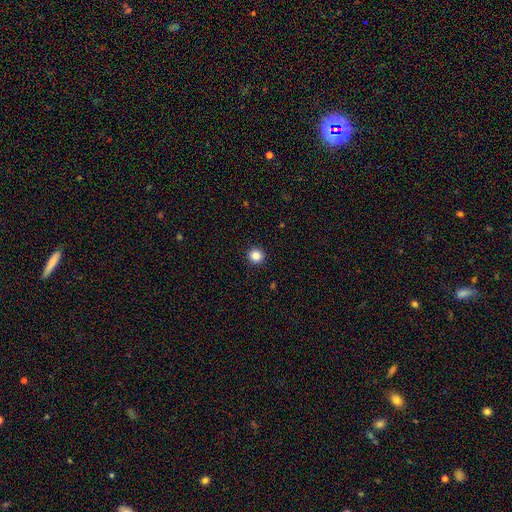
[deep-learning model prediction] Q: Smooth or featured?
A: smooth (85%); runner-up: star or artifact (11%)
Q: How rounded?
A: round (95%); runner-up: in between (4%)
Q: Merging?
A: none (94%); runner-up: minor disturbance (4%)